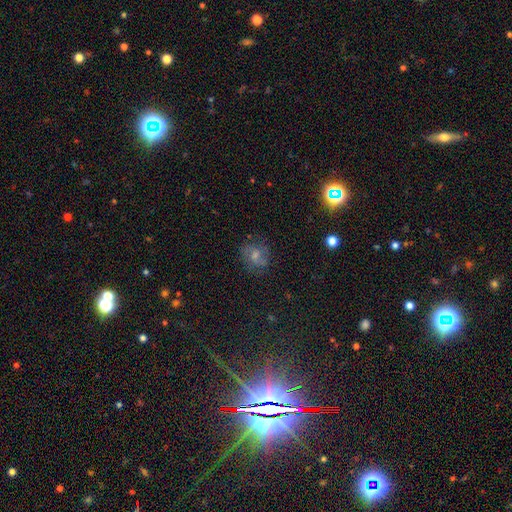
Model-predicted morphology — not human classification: This appears to be a featured or disk galaxy (49%). Merging: none (69%).